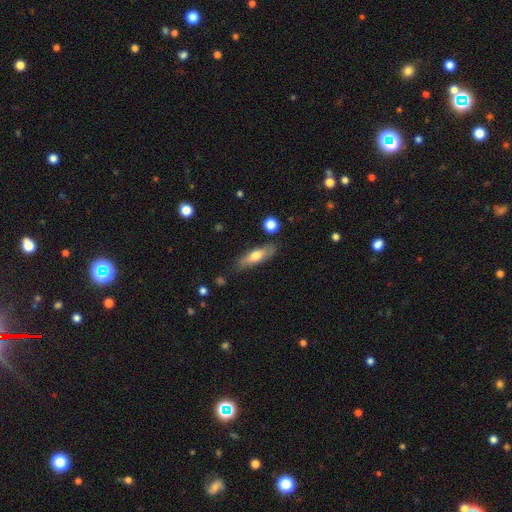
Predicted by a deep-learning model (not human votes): smooth 58%, featured or disk 35%, star or artifact 6%. Down the decision tree: how rounded — cigar-shaped (57%); merging — none (80%).